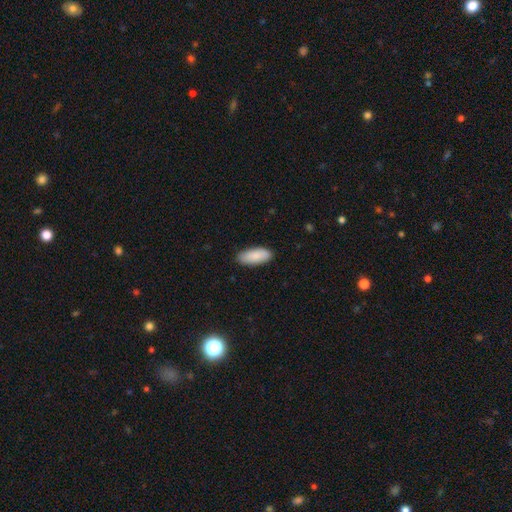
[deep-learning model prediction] This appears to be a smooth galaxy with no disk features (89%) that is in between round and cigar-shaped (84%). Merging: none (88%).